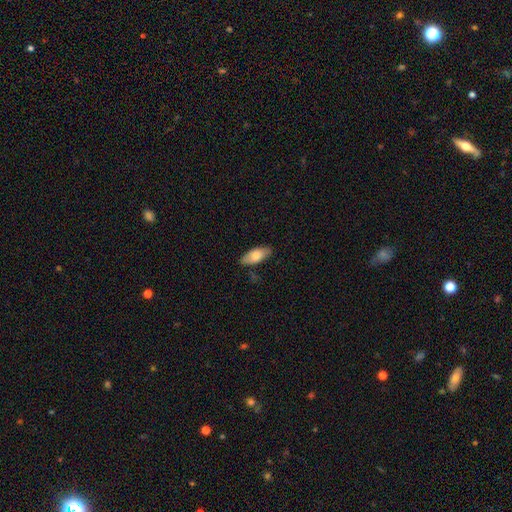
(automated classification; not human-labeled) smooth 75%, featured or disk 19%, star or artifact 6%. Down the decision tree: how rounded — in between (85%); merging — none (82%).